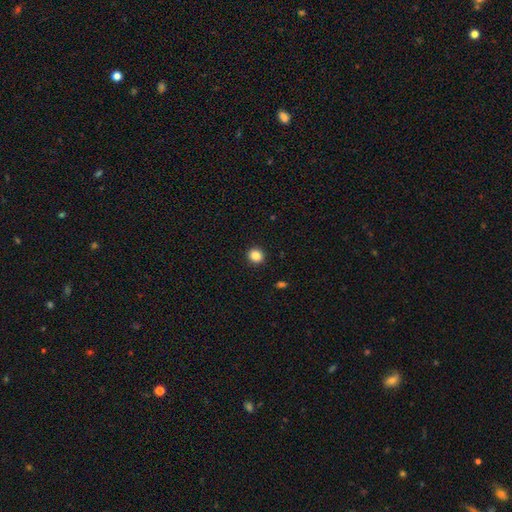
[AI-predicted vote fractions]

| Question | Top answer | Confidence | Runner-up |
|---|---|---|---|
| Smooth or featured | smooth | 86% | star or artifact (10%) |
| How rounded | round | 82% | in between (17%) |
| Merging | none | 92% | minor disturbance (5%) |